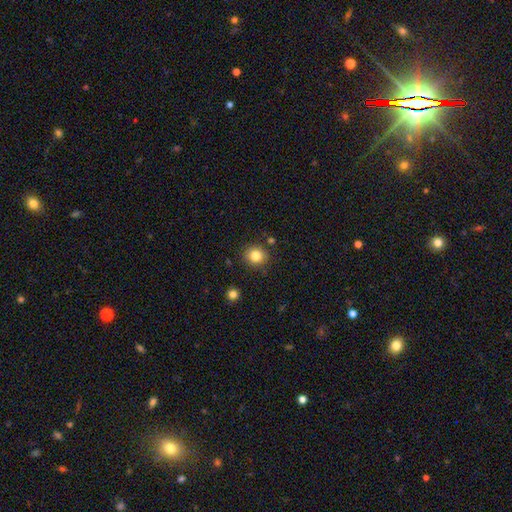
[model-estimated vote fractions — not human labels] Morphology: type=smooth (82%); roundness=round (85%); merging=none (87%).